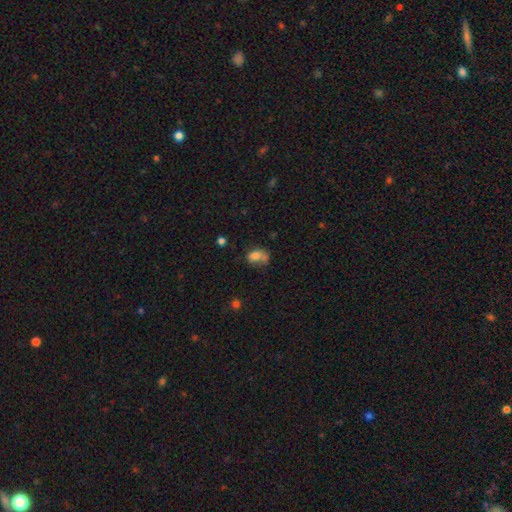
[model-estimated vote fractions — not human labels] Smooth or featured: smooth — 76% (featured or disk — 13%)
How rounded: in between — 73% (round — 25%)
Merging: merger — 33% (none — 32%)